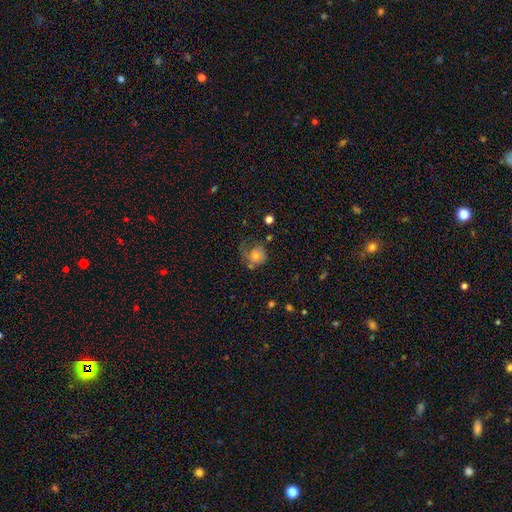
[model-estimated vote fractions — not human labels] smooth-or-featured: smooth: 52% | featured or disk: 38% | star or artifact: 10%
  how-rounded: round: 77% | in between: 22% | cigar-shaped: 1%
  merging: none: 39% | major disturbance: 33% | minor disturbance: 24% | merger: 5%